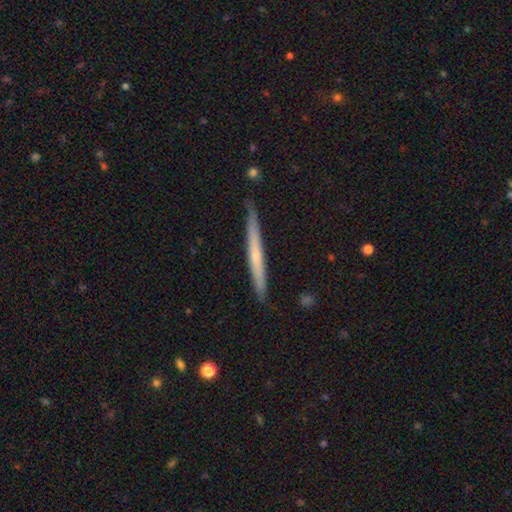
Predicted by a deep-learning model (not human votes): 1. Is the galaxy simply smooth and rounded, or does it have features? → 52% featured or disk, 43% smooth, 6% star or artifact.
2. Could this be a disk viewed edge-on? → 96% yes, 4% no.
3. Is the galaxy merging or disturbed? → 85% none, 12% minor disturbance, 2% major disturbance, 1% merger.